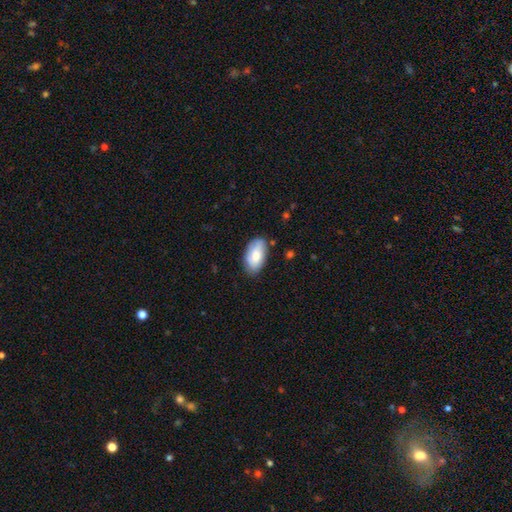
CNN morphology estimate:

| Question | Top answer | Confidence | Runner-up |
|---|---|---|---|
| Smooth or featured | smooth | 77% | featured or disk (17%) |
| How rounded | in between | 94% | round (3%) |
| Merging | none | 77% | minor disturbance (18%) |